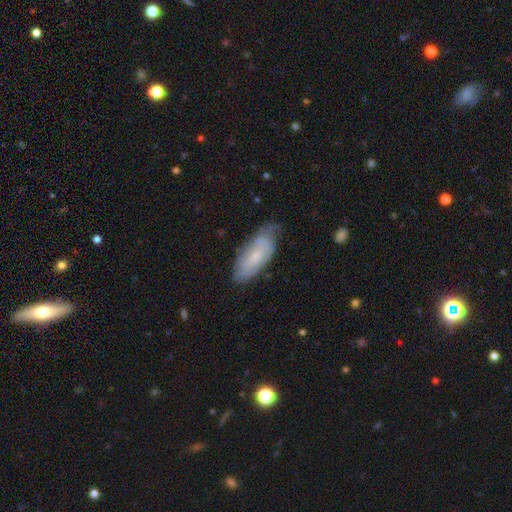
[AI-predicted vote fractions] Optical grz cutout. It shows a smooth galaxy with no disk features (53%) that is in between round and cigar-shaped (78%). Merging: none (59%).